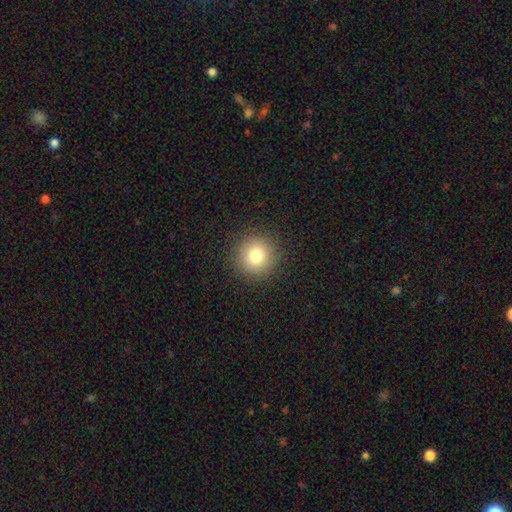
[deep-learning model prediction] Smooth or featured? smooth (80%)
How rounded? round (94%)
Merging? none (91%)